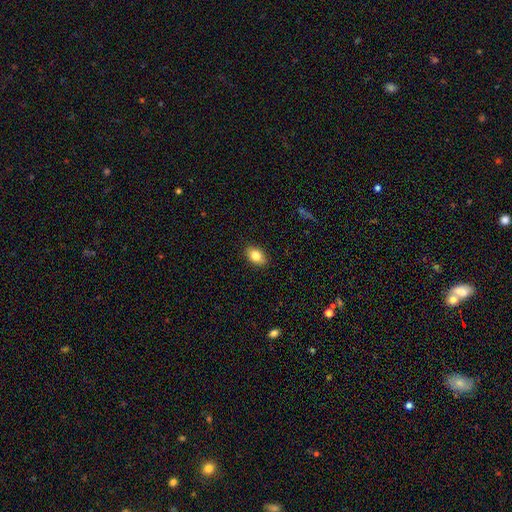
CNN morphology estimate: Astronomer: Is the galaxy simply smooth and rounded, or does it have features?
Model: smooth — 83%.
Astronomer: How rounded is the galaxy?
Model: in between — 85%.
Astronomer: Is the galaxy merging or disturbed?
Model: none — 88%.